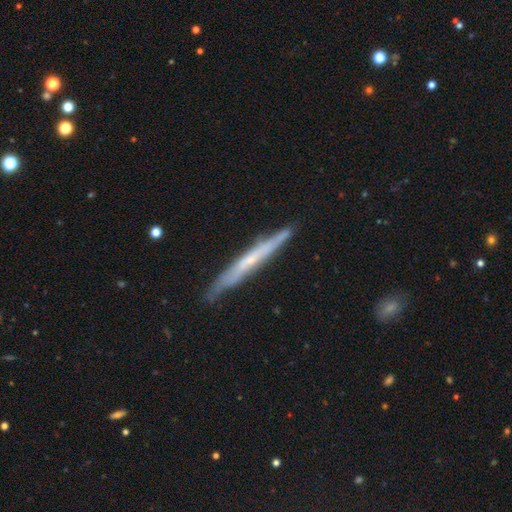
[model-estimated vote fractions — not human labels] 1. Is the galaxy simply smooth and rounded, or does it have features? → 62% featured or disk, 31% smooth, 7% star or artifact.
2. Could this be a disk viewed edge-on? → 93% yes, 7% no.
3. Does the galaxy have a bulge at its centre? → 65% none, 30% rounded, 5% boxy.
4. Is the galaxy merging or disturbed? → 85% none, 12% minor disturbance, 2% major disturbance, 1% merger.